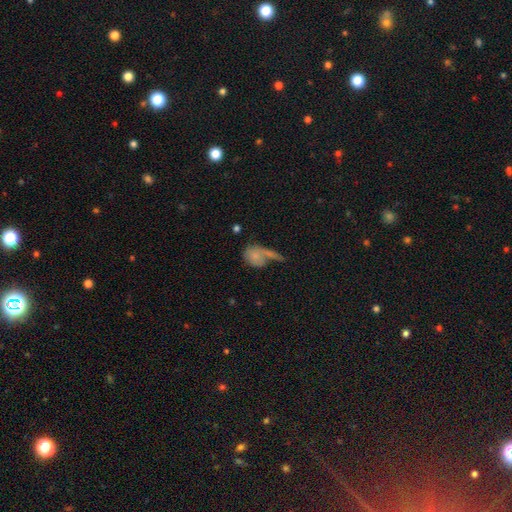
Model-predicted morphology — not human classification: A smooth galaxy with no disk features (65%) that is in between round and cigar-shaped (53%).

Vote fractions:
- Smooth or featured? smooth: 65% / featured or disk: 27% / star or artifact: 9%
- How rounded? in between: 53% / round: 44% / cigar-shaped: 3%
- Merging? merger: 34% / none: 31% / major disturbance: 20% / minor disturbance: 15%